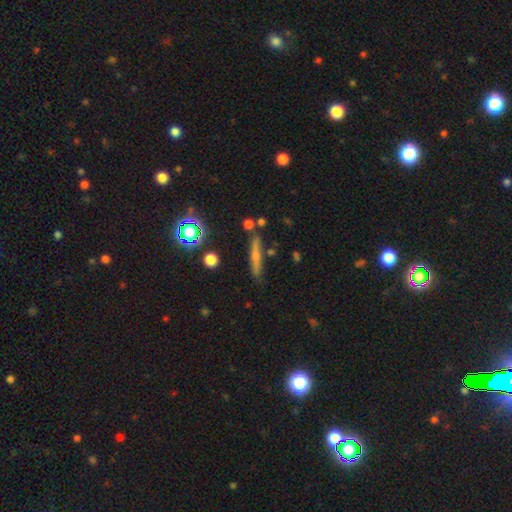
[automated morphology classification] Smooth or featured: smooth — 48% (featured or disk — 39%)
Merging: none — 81% (minor disturbance — 12%)